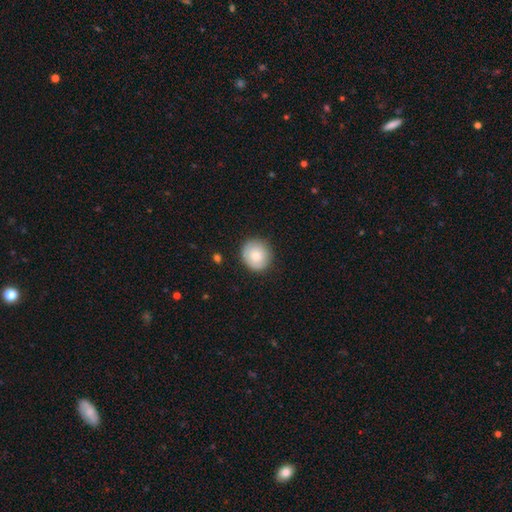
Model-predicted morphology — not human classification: type=smooth (78%); roundness=round (88%); merging=none (86%).